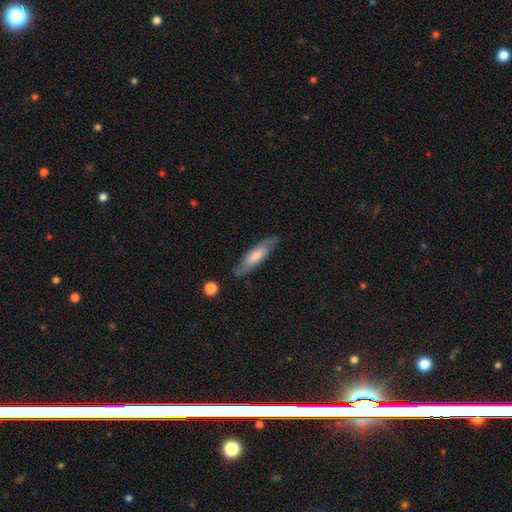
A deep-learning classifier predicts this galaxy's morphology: The model was most divided on "smooth or featured": smooth: 53%, featured or disk: 40%, star or artifact: 6%. More confident: merging — none (81%); how rounded — cigar-shaped (67%).